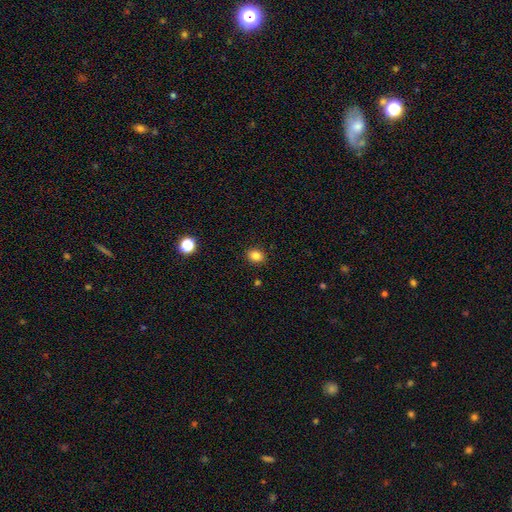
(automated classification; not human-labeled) This appears to be a smooth galaxy with no disk features (83%) that is in between round and cigar-shaped (56%). Merging: none (88%).